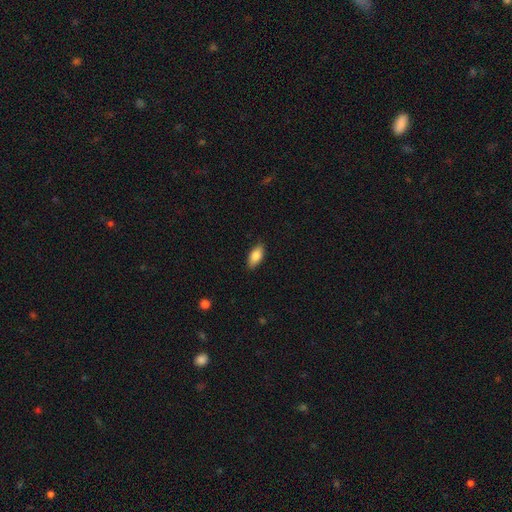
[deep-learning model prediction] This is clearly a smooth galaxy (83%). How rounded: clearly in between (88%). Merging: clearly none (86%).